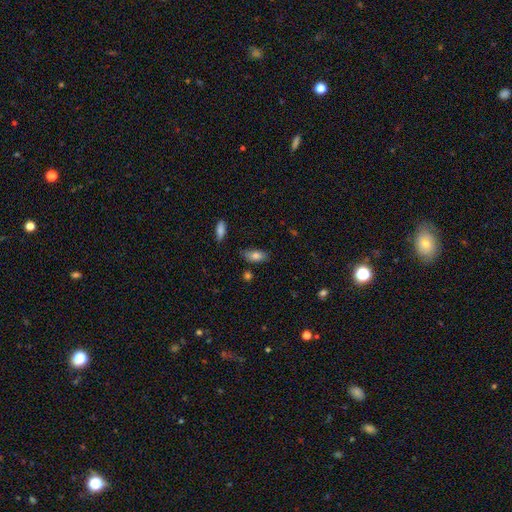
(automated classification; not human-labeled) smooth_or_featured: smooth (p=0.79) [alt: featured or disk p=0.13]
how_rounded: in between (p=0.86) [alt: cigar-shaped p=0.11]
merging: none (p=0.75) [alt: minor disturbance p=0.18]